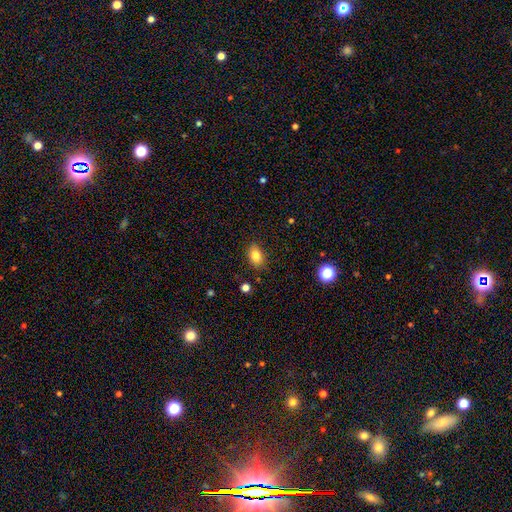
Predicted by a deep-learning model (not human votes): This is clearly a smooth galaxy (83%). How rounded: clearly in between (83%). Merging: clearly none (85%).